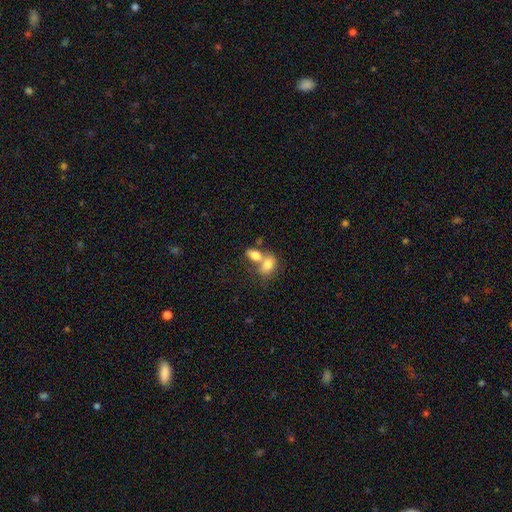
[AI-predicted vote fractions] This is likely a smooth galaxy (78%). How rounded: clearly in between (83%). Merging: likely merger (64%).